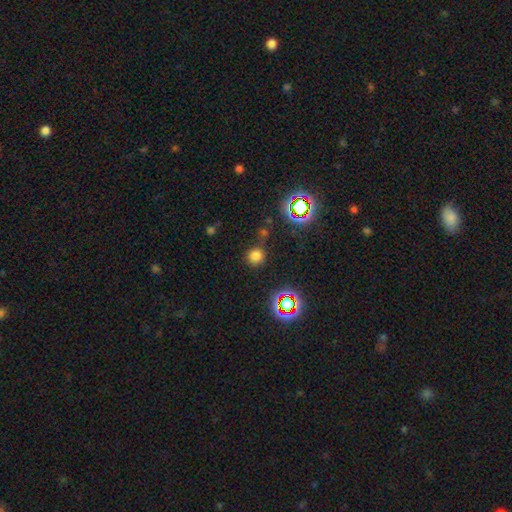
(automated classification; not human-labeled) This is likely a smooth galaxy (72%). How rounded: clearly round (94%). Merging: clearly none (81%).